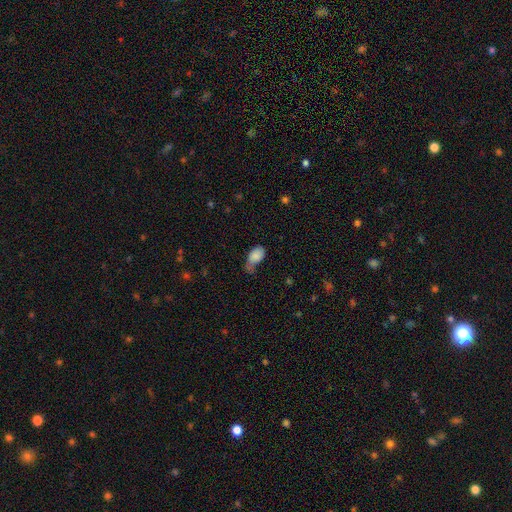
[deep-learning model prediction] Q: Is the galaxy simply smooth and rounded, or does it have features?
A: smooth — 82%.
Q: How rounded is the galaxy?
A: in between — 88%.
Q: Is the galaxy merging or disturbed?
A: minor disturbance — 35%.